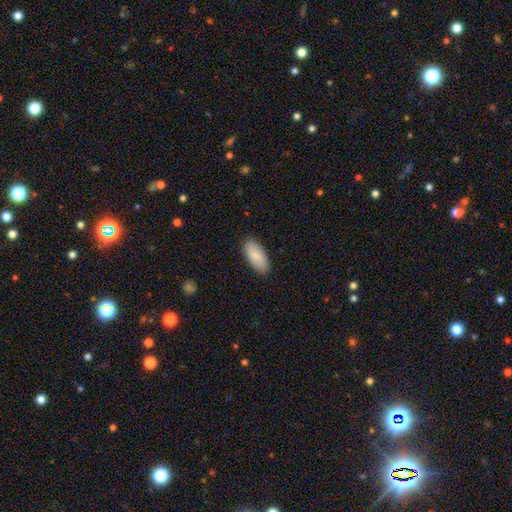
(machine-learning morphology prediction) Smooth or featured?
  - smooth: 88% *
  - featured or disk: 6%
  - star or artifact: 5%
How rounded?
  - in between: 88% *
  - cigar-shaped: 10%
  - round: 2%
Merging?
  - none: 88% *
  - minor disturbance: 9%
  - major disturbance: 2%
  - merger: 1%